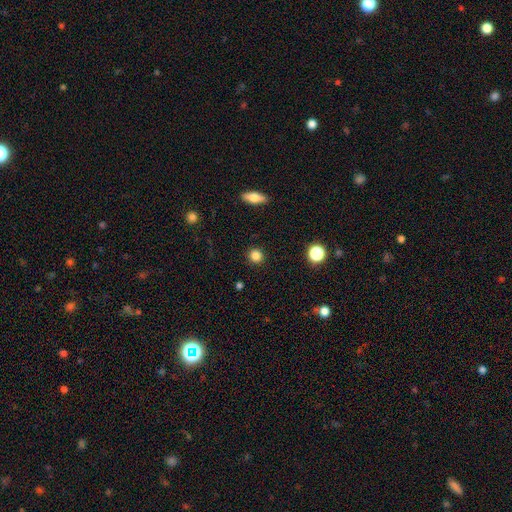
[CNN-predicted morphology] This appears to be a smooth galaxy with no disk features (84%) that is round (92%). Merging: none (92%).